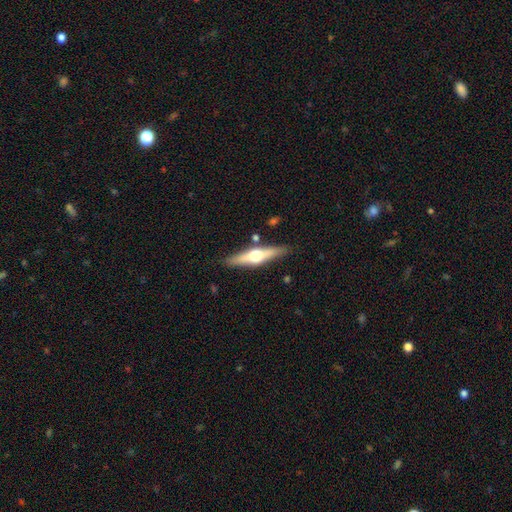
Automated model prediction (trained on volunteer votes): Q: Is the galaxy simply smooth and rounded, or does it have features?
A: featured or disk — 63%.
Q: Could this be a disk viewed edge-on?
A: yes — 95%.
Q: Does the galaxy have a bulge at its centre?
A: rounded — 95%.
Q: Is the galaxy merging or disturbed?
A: none — 85%.